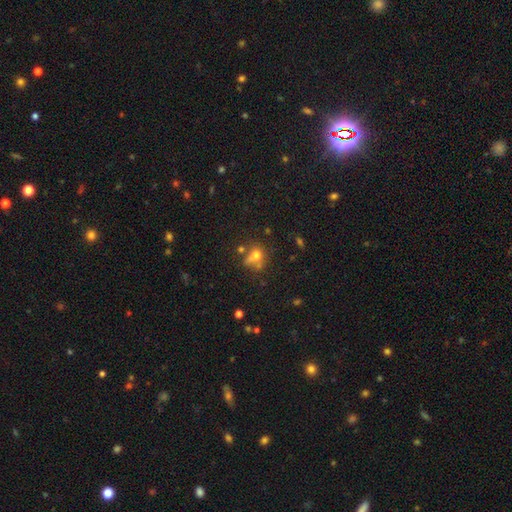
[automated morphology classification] Q: Smooth or featured?
A: smooth (66%); runner-up: star or artifact (18%)
Q: How rounded?
A: round (66%); runner-up: in between (32%)
Q: Merging?
A: none (45%); runner-up: merger (23%)